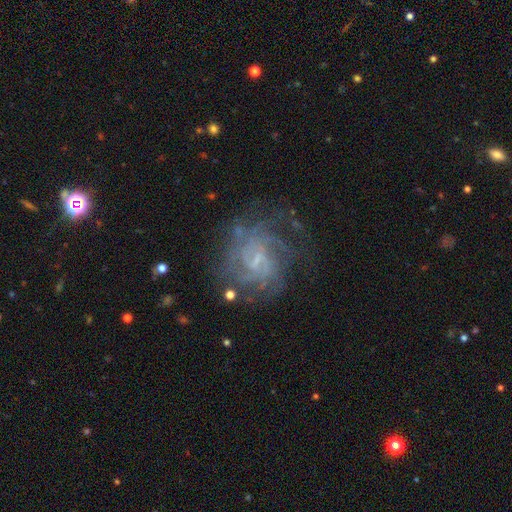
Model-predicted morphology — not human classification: Overall: featured or disk (70%). Edge-on disk: no (97%). Bar: no (54%; weak 39%). Spiral arms: yes (86%). Spiral arm count: can't tell (51%; 2 13%). Spiral winding: tight (53%; medium 34%). Bulge size: small (62%). Merging: none (68%).